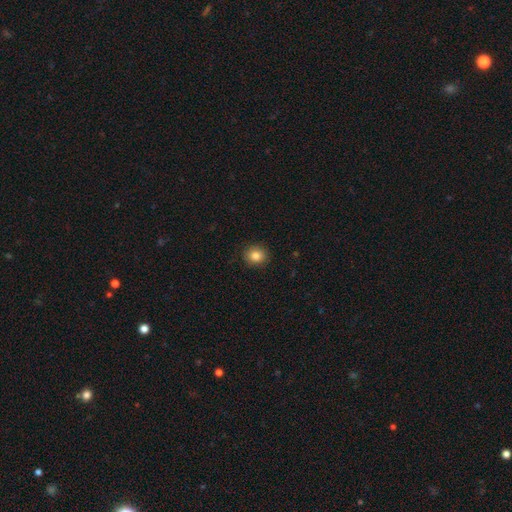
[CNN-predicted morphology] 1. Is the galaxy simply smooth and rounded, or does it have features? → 84% smooth, 10% star or artifact, 5% featured or disk.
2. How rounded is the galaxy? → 77% round, 22% in between, 1% cigar-shaped.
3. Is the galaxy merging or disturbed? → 91% none, 6% minor disturbance, 2% major disturbance, 1% merger.